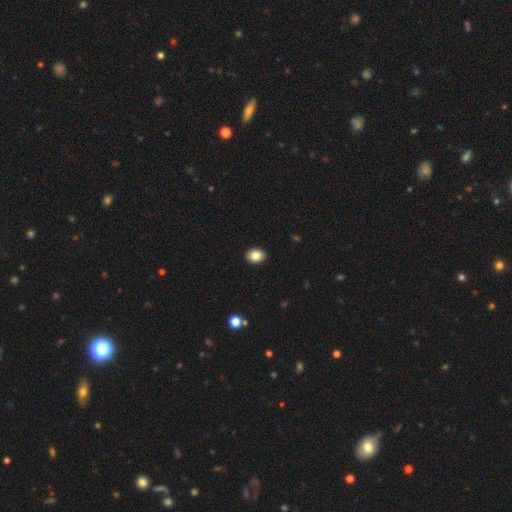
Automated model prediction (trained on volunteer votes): Overall: smooth (84%). How rounded: in between (58%; round 41%). Merging: none (91%).